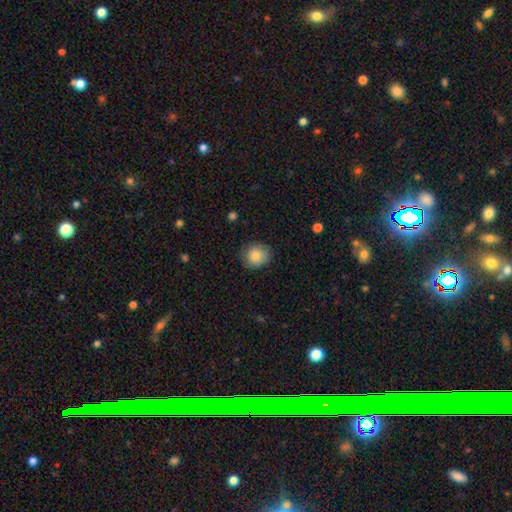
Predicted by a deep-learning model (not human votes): smooth 84%, star or artifact 8%, featured or disk 8%. Down the decision tree: how rounded — round (82%); merging — none (83%).